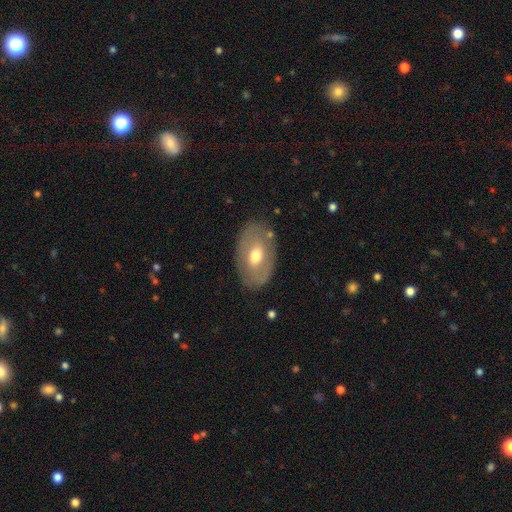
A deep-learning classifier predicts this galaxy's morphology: type=smooth (51%); roundness=in between (89%); merging=none (81%).